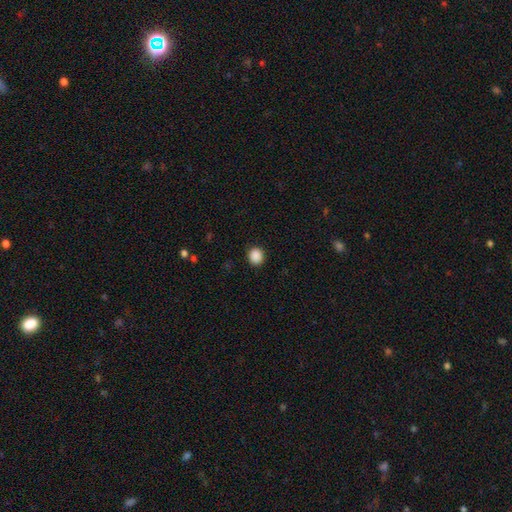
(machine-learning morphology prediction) Q: Smooth or featured?
A: smooth (89%); runner-up: star or artifact (9%)
Q: How rounded?
A: round (81%); runner-up: in between (18%)
Q: Merging?
A: none (91%); runner-up: minor disturbance (6%)